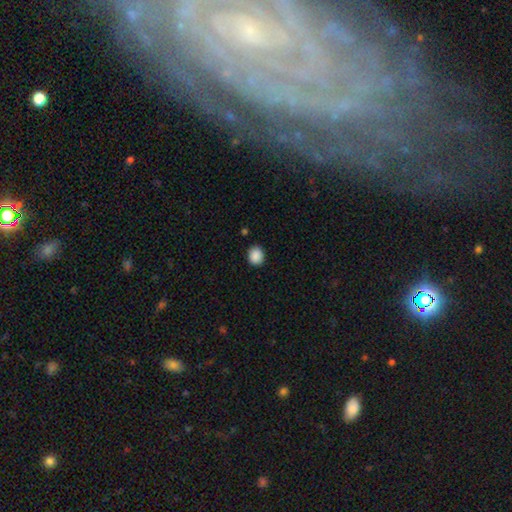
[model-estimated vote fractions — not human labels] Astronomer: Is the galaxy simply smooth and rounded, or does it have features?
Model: smooth — 89%.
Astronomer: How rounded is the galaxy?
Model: round — 67%.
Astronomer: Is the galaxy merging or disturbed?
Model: none — 89%.